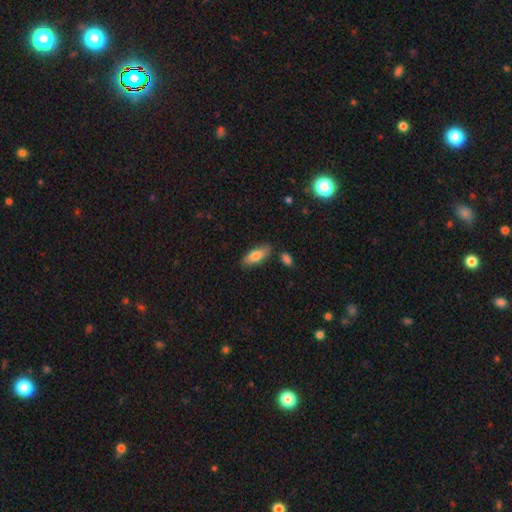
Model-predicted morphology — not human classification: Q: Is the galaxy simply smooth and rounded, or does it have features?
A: smooth — 77%.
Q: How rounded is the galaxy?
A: in between — 73%.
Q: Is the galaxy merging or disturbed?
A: none — 81%.